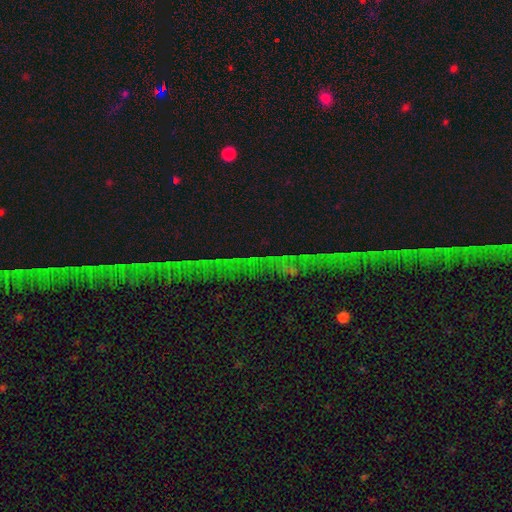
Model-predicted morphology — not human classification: smooth_or_featured: star or artifact (p=0.74) [alt: featured or disk p=0.14]